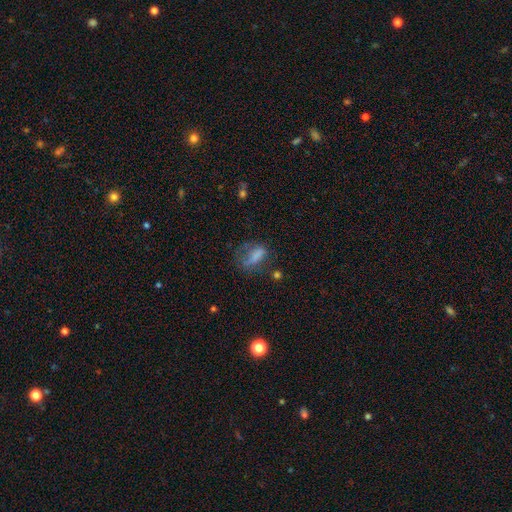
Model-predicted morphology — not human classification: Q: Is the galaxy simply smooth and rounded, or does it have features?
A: smooth — 62%.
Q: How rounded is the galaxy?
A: in between — 75%.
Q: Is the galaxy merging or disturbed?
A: major disturbance — 37%.